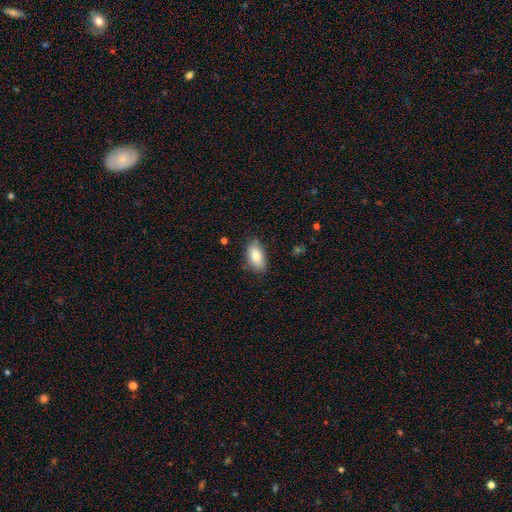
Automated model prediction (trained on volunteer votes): The model was most divided on "merging": none: 80%, minor disturbance: 15%, major disturbance: 3%, merger: 2%. More confident: how rounded — in between (92%); smooth or featured — smooth (81%).